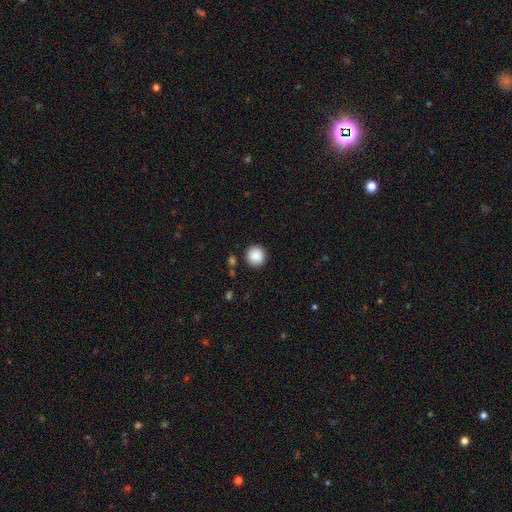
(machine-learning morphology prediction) A smooth galaxy with no disk features (89%) that is round (94%).

Vote fractions:
- Smooth or featured? smooth: 89% / star or artifact: 8% / featured or disk: 3%
- How rounded? round: 94% / in between: 5% / cigar-shaped: 1%
- Merging? none: 90% / minor disturbance: 6% / major disturbance: 2% / merger: 2%